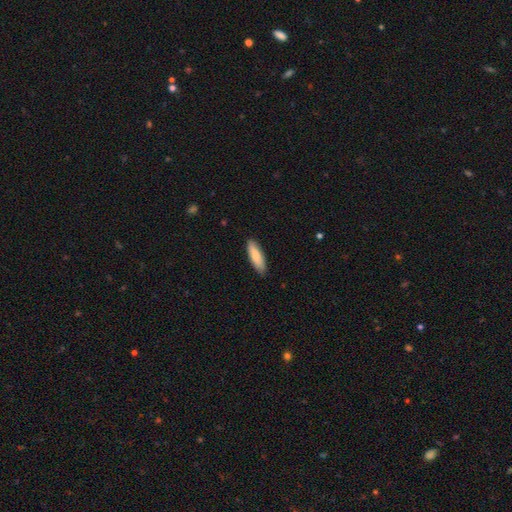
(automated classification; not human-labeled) A smooth galaxy with no disk features (81%) that is cigar-shaped (53%). Merging: none (86%).